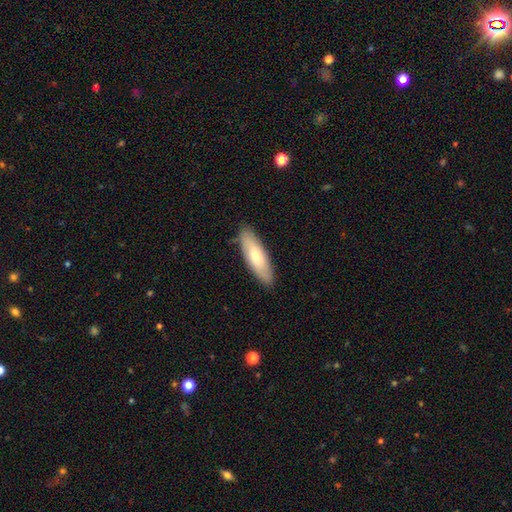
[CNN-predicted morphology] smooth-or-featured: smooth: 68% | featured or disk: 26% | star or artifact: 5%
  how-rounded: in between: 50% | cigar-shaped: 49% | round: 2%
  merging: none: 86% | minor disturbance: 11% | major disturbance: 2% | merger: 1%